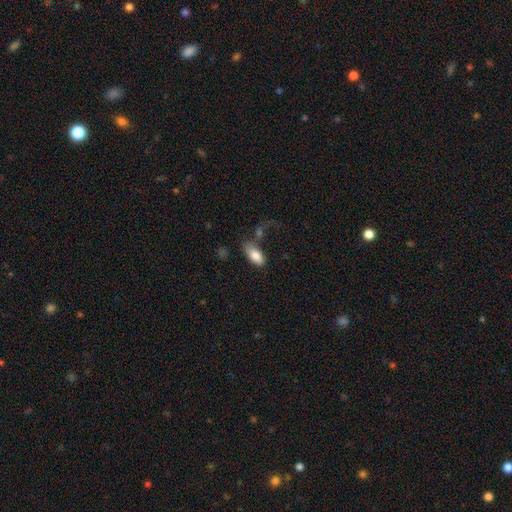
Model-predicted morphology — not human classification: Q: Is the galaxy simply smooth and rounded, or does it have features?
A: smooth — 82%.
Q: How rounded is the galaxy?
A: in between — 91%.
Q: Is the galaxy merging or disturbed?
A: none — 49%.